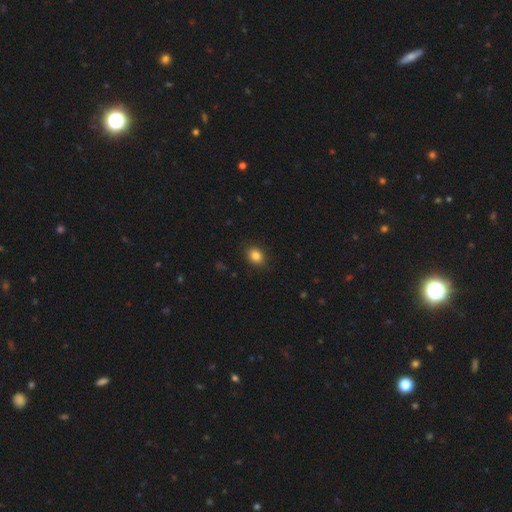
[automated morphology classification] Overall: smooth (84%). How rounded: in between (55%; round 44%). Merging: none (88%).